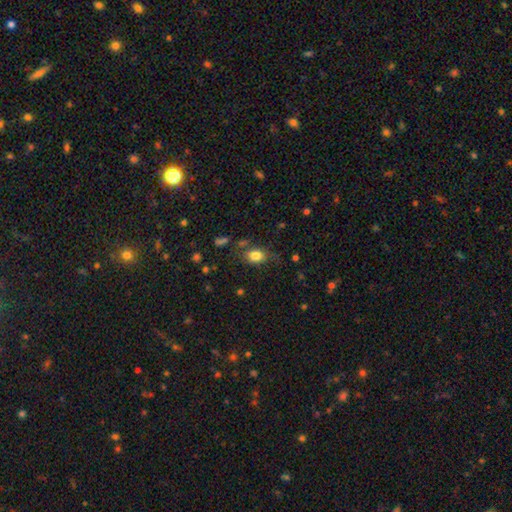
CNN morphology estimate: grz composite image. It shows a smooth galaxy with no disk features (82%) that is in between round and cigar-shaped (72%). Merging: none (70%).